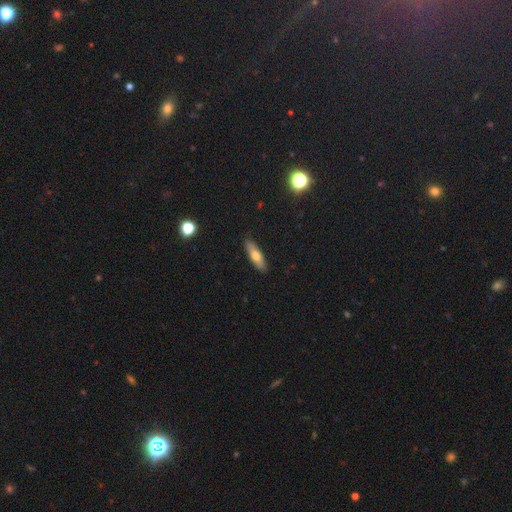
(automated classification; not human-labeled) Overall: smooth (66%; featured or disk 27%). How rounded: cigar-shaped (49%; in between 48%). Merging: none (89%).